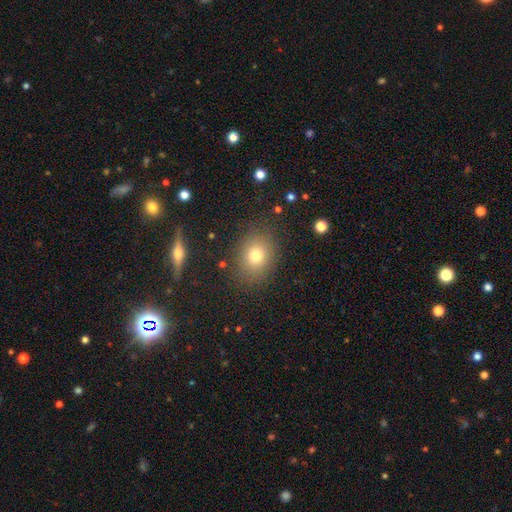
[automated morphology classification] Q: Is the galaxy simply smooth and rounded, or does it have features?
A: smooth — 75%.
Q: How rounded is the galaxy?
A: round — 51%.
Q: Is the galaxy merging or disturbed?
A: none — 84%.